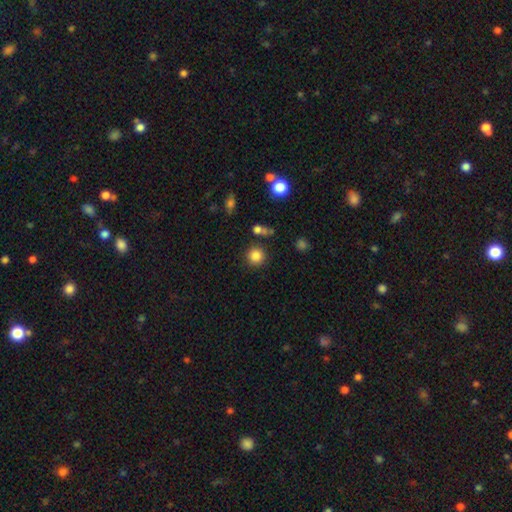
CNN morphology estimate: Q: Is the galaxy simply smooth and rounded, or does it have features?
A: smooth — 84%.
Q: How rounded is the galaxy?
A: round — 93%.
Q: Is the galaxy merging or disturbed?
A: none — 84%.